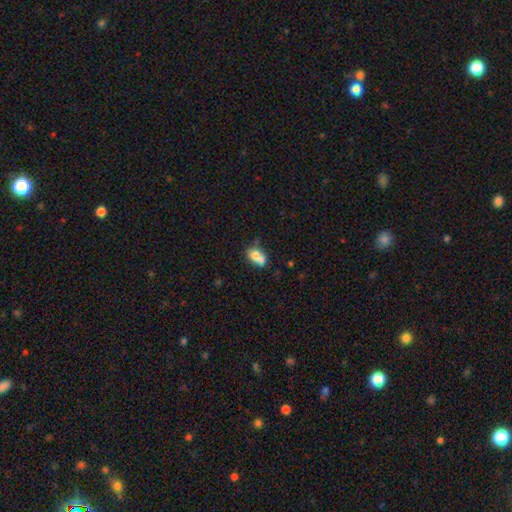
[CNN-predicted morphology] smooth_or_featured: smooth (p=0.71) [alt: featured or disk p=0.20]
how_rounded: in between (p=0.51) [alt: round p=0.48]
merging: merger (p=0.61) [alt: none p=0.27]